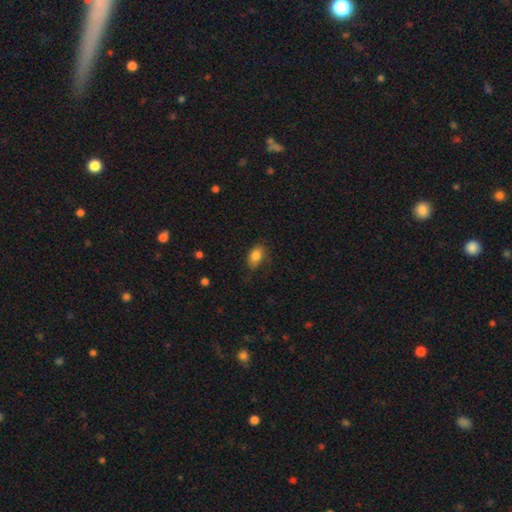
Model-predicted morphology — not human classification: Overall: smooth (83%). How rounded: in between (86%). Merging: none (69%).